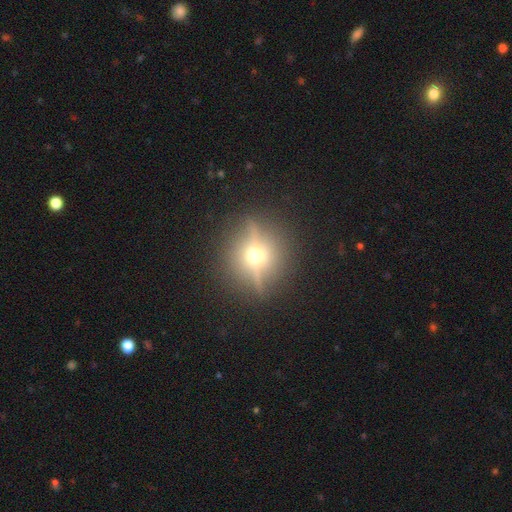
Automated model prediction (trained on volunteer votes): This appears to be a featured or disk galaxy (69%) viewed edge-on (75%) with a rounded central bulge (96%). Merging: none (85%).